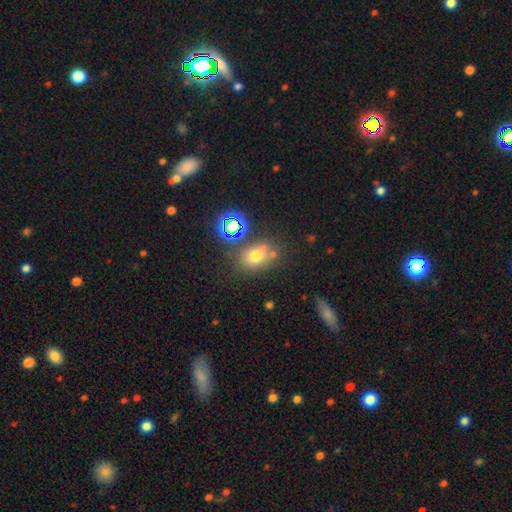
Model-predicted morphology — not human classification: type=smooth (65%); roundness=in between (60%); merging=none (64%).